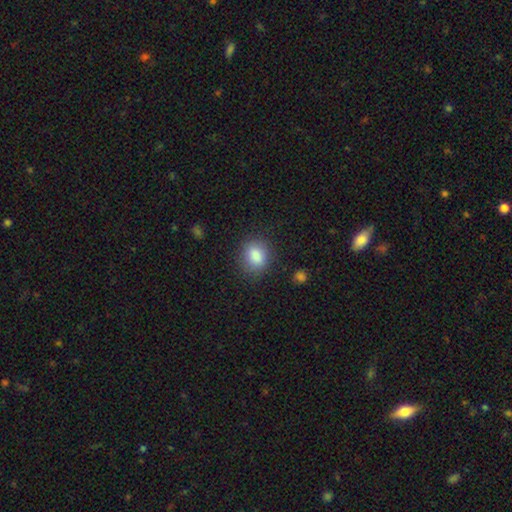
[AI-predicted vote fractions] This appears to be a smooth galaxy with no disk features (86%) that is in between round and cigar-shaped (50%). Merging: none (80%).